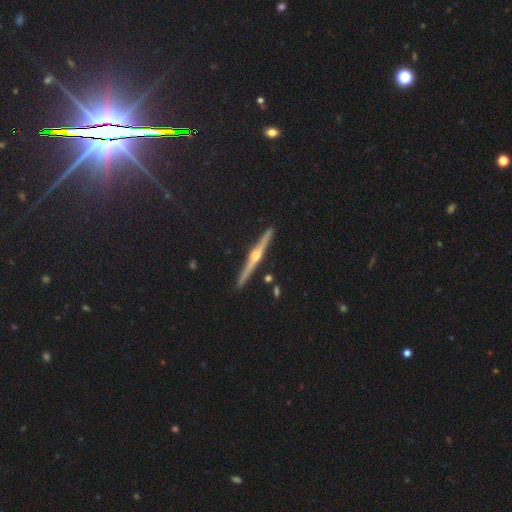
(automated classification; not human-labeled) A featured or disk galaxy (83%) viewed edge-on (98%) with a rounded central bulge (92%).

Vote fractions:
- Smooth or featured? featured or disk: 83% / smooth: 9% / star or artifact: 8%
- Edge-on disk? yes: 98% / no: 2%
- Edge-on bulge? rounded: 92% / none: 4% / boxy: 4%
- Merging? none: 91% / minor disturbance: 6% / merger: 2% / major disturbance: 1%